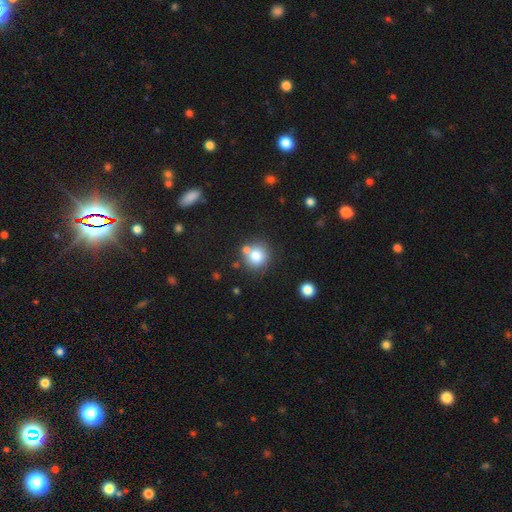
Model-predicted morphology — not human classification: smooth 79%, star or artifact 11%, featured or disk 10%. Down the decision tree: how rounded — round (89%); merging — none (66%).